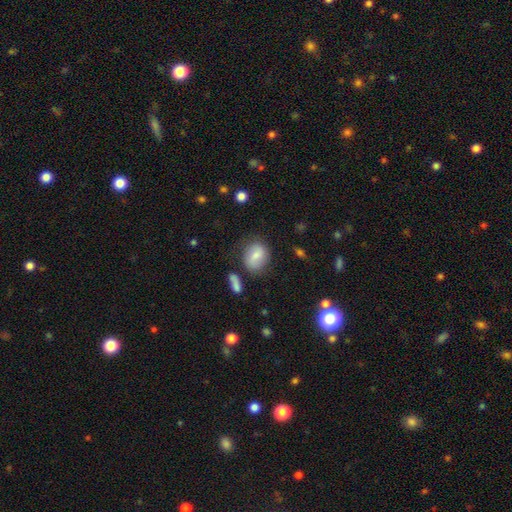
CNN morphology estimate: Smooth or featured?
  - smooth: 75% *
  - featured or disk: 17%
  - star or artifact: 8%
How rounded?
  - round: 51% *
  - in between: 47%
  - cigar-shaped: 2%
Merging?
  - none: 67% *
  - minor disturbance: 20%
  - major disturbance: 7%
  - merger: 6%